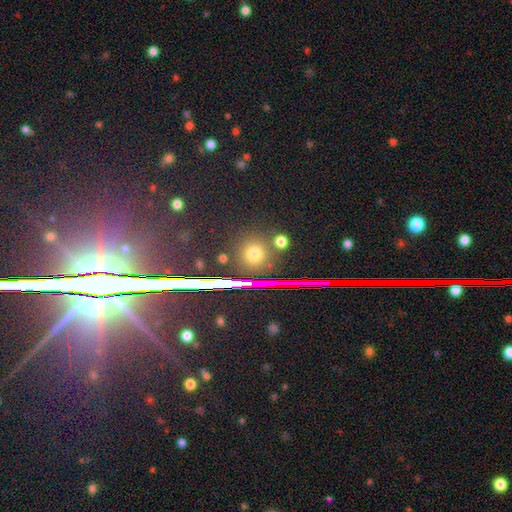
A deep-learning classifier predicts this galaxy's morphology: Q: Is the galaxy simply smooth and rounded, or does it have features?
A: smooth — 53%.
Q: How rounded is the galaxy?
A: round — 87%.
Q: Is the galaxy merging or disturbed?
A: none — 84%.